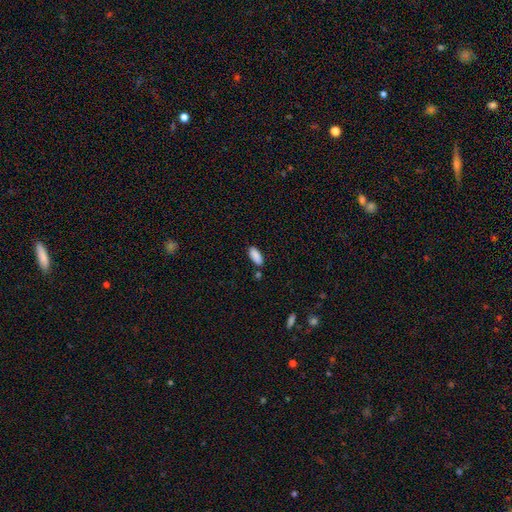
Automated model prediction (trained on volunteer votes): Q: Smooth or featured?
A: smooth (90%); runner-up: star or artifact (7%)
Q: How rounded?
A: in between (86%); runner-up: cigar-shaped (13%)
Q: Merging?
A: none (80%); runner-up: minor disturbance (12%)